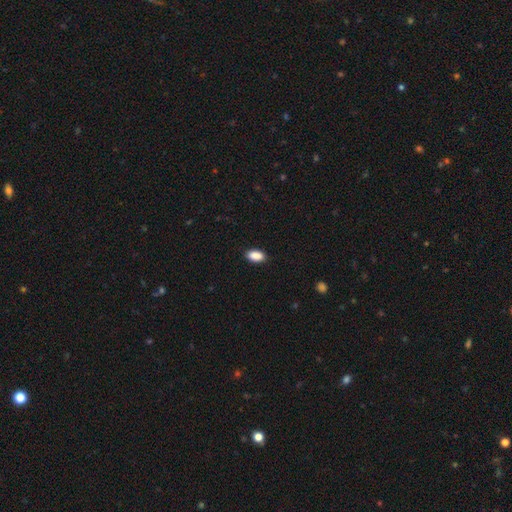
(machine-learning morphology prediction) Smooth or featured? smooth (90%)
How rounded? in between (92%)
Merging? none (88%)